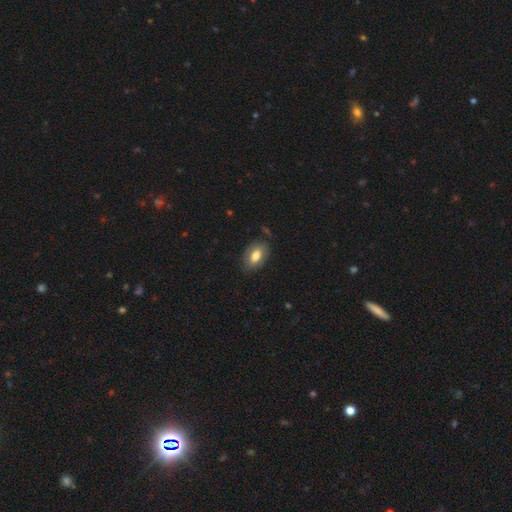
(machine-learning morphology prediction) Smooth or featured: smooth — 72% (featured or disk — 21%)
How rounded: in between — 91% (round — 7%)
Merging: none — 76% (minor disturbance — 18%)